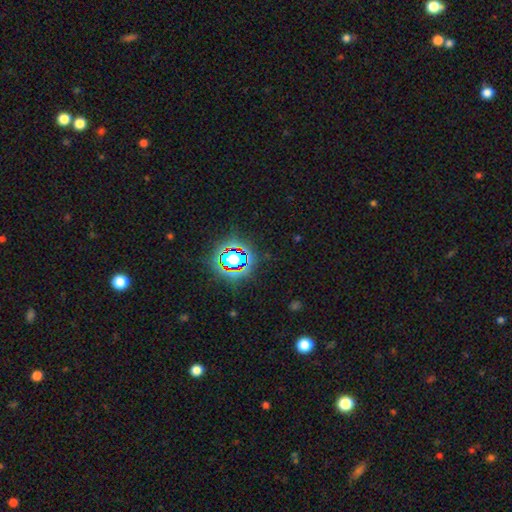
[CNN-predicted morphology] Smooth or featured? Predicted: star or artifact (p=0.80).